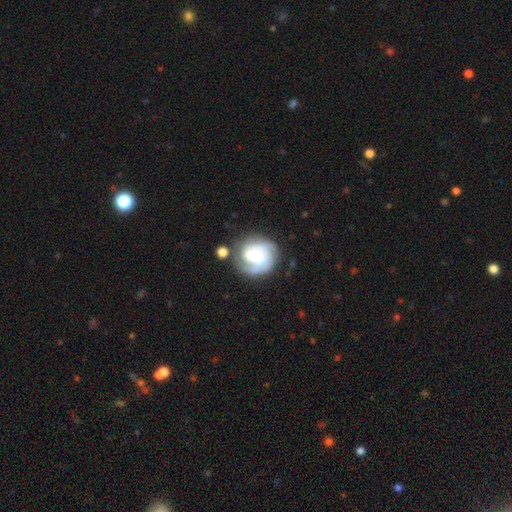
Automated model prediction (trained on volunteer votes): Q: Smooth or featured?
A: featured or disk (74%); runner-up: smooth (20%)
Q: Edge-on disk?
A: no (98%); runner-up: yes (2%)
Q: Bar?
A: no (50%); runner-up: weak (39%)
Q: Spiral arms?
A: yes (93%); runner-up: no (7%)
Q: Spiral winding?
A: tight (51%); runner-up: medium (37%)
Q: Spiral arm count?
A: 2 (50%); runner-up: can't tell (19%)
Q: Bulge size?
A: moderate (46%); runner-up: small (42%)
Q: Merging?
A: none (70%); runner-up: minor disturbance (17%)